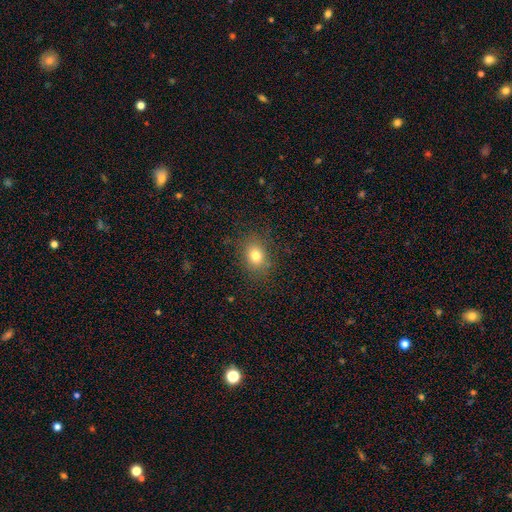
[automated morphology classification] This is likely a smooth galaxy (78%). How rounded: possibly in between (54%). Merging: clearly none (82%).